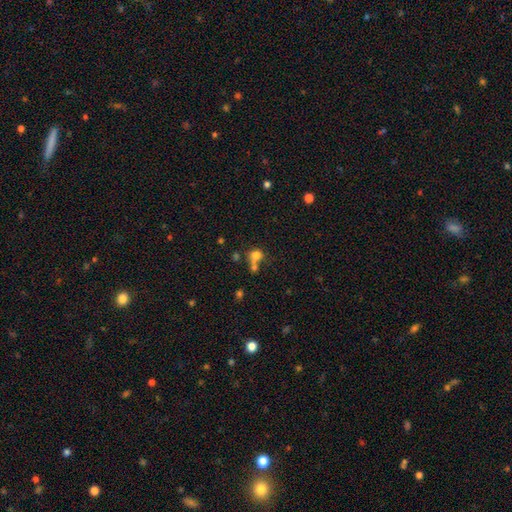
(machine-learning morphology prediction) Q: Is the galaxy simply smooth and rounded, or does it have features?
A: smooth — 73%.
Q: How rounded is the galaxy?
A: round — 69%.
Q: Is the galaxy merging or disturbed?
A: merger — 46%.